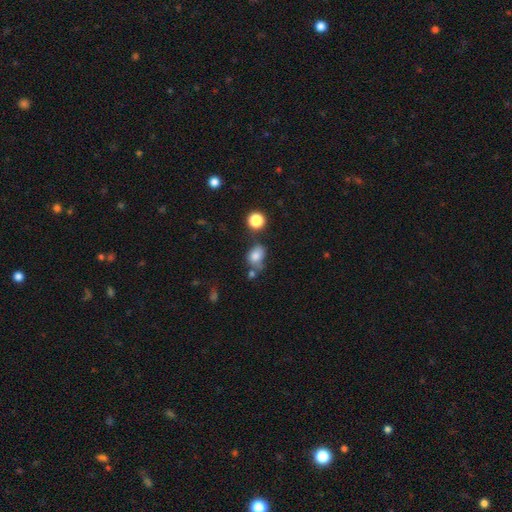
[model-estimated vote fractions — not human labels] smooth_or_featured: smooth (p=0.79) [alt: star or artifact p=0.12]
how_rounded: in between (p=0.61) [alt: round p=0.38]
merging: none (p=0.51) [alt: minor disturbance p=0.24]